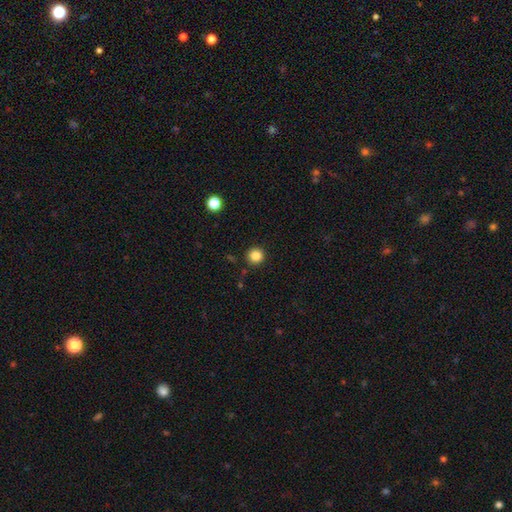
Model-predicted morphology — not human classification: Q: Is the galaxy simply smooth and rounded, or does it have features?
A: smooth — 84%.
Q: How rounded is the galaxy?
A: round — 95%.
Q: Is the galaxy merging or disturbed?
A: none — 91%.